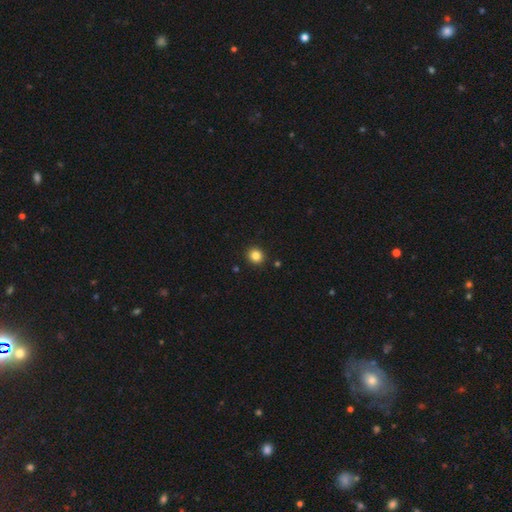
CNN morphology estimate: type=smooth (84%); roundness=round (87%); merging=none (92%).